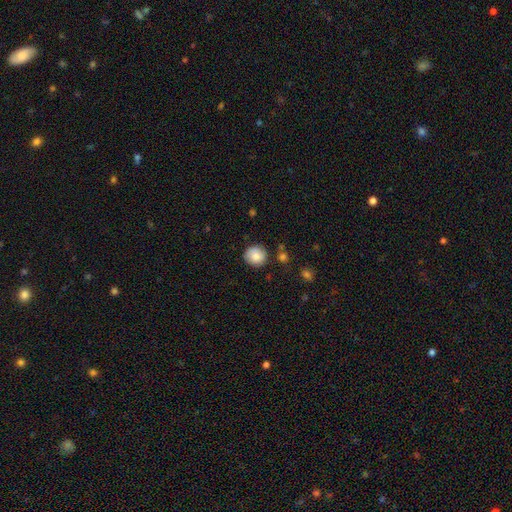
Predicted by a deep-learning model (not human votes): A smooth galaxy with no disk features (81%) that is round (89%). Merging: none (82%).